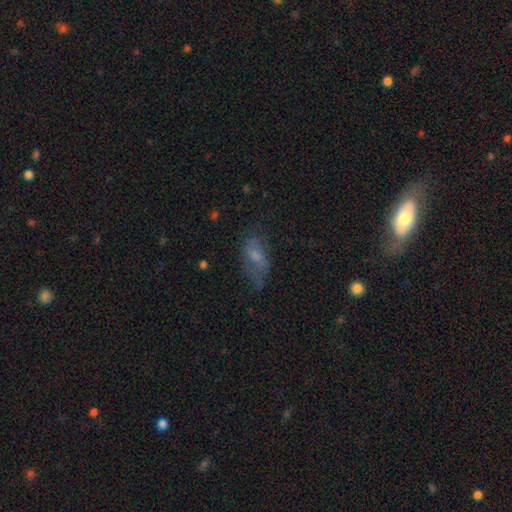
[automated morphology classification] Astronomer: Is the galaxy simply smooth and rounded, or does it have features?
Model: smooth — 48% (runner-up: featured or disk, 40%).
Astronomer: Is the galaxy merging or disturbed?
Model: none — 50% (runner-up: minor disturbance, 26%).